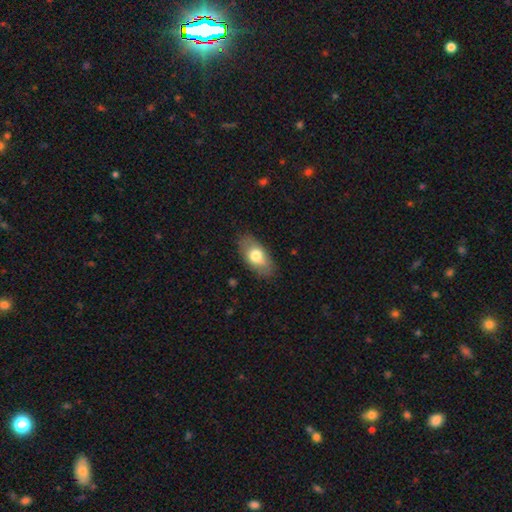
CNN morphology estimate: Smooth or featured? smooth (71%)
How rounded? in between (90%)
Merging? none (83%)